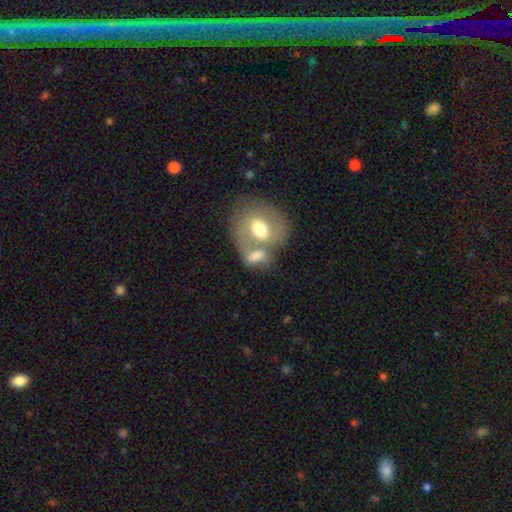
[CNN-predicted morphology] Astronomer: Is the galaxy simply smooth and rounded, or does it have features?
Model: smooth — 52% (runner-up: featured or disk, 40%).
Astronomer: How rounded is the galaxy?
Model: in between — 69%.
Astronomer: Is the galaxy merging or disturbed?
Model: merger — 60%.